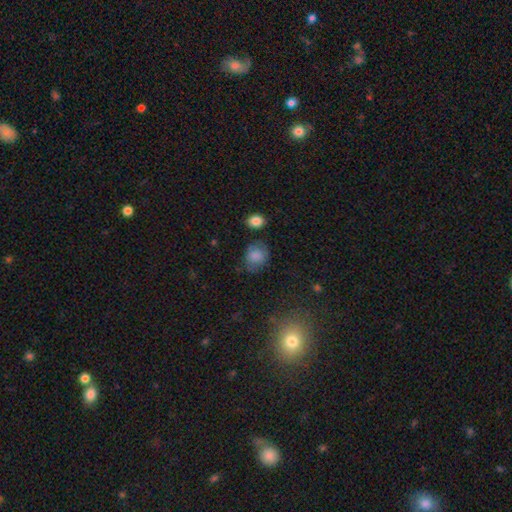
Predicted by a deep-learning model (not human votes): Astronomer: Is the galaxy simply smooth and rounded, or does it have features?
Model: smooth — 80%.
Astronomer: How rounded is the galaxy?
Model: round — 66%.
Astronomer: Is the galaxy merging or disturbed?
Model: none — 63%.